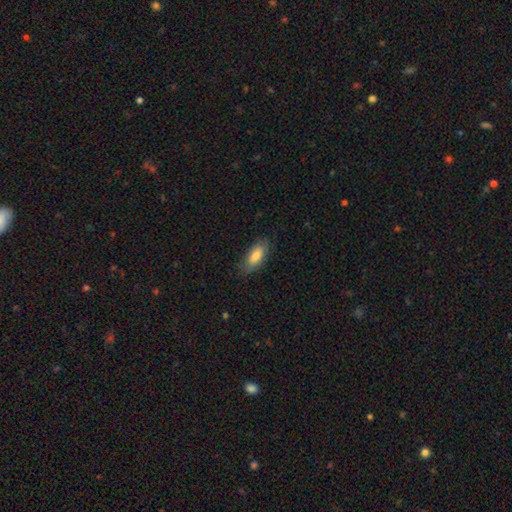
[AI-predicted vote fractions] smooth-or-featured: smooth: 80% | featured or disk: 14% | star or artifact: 6%
  how-rounded: in between: 84% | cigar-shaped: 14% | round: 2%
  merging: none: 78% | minor disturbance: 17% | major disturbance: 4% | merger: 1%